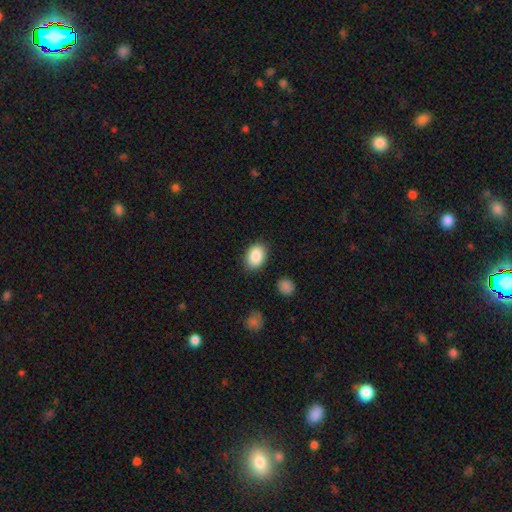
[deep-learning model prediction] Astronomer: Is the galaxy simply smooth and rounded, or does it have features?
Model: smooth — 87%.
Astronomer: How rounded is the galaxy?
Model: in between — 77%.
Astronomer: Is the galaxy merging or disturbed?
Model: none — 84%.